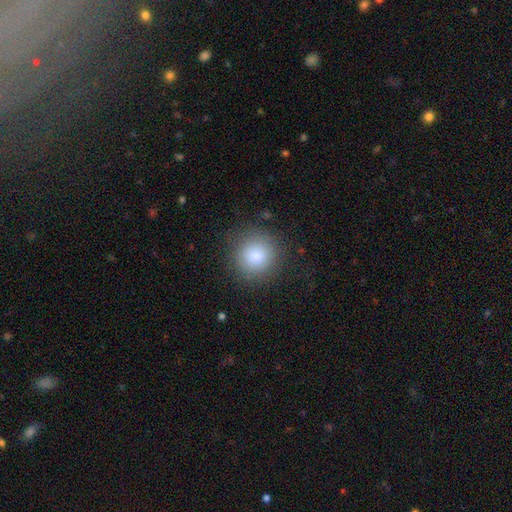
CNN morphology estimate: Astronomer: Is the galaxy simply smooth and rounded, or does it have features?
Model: smooth — 82%.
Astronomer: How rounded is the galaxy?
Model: round — 93%.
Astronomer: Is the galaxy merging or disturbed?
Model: none — 85%.